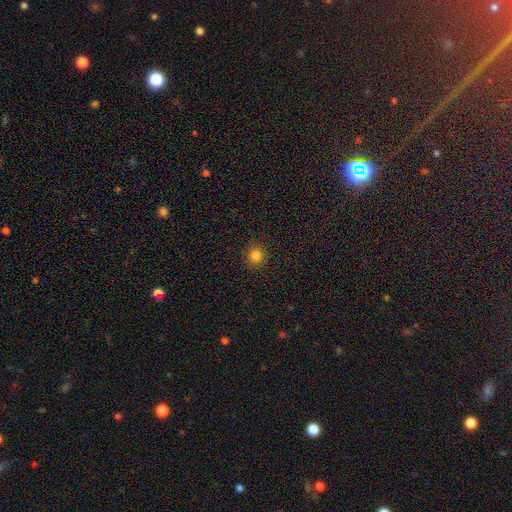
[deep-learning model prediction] smooth-or-featured: smooth: 82% | star or artifact: 14% | featured or disk: 4%
  how-rounded: round: 92% | in between: 7% | cigar-shaped: 1%
  merging: none: 91% | minor disturbance: 6% | major disturbance: 2% | merger: 1%